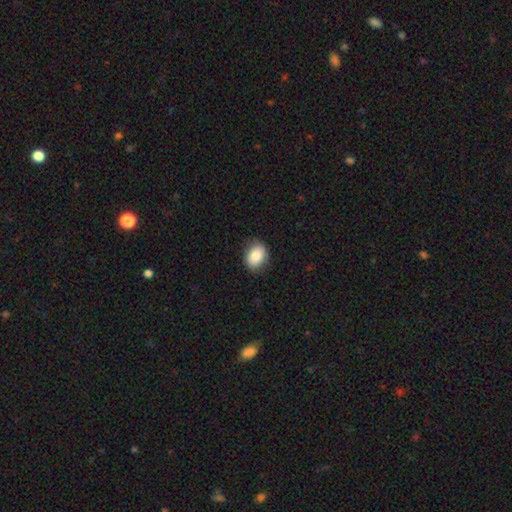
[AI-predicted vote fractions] smooth 85%, featured or disk 8%, star or artifact 8%. Down the decision tree: how rounded — in between (67%); merging — none (82%).